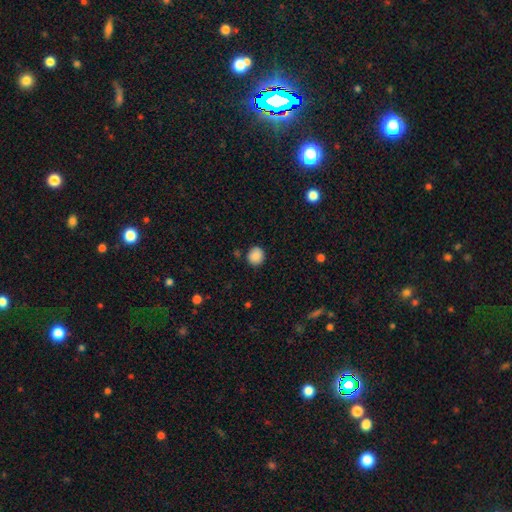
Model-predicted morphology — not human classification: Overall: smooth (87%). How rounded: round (87%). Merging: none (84%).